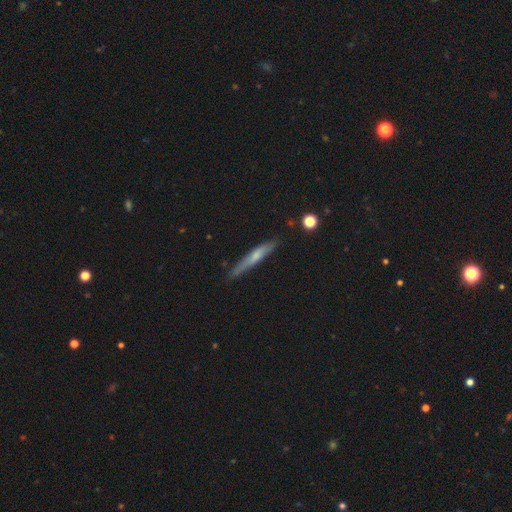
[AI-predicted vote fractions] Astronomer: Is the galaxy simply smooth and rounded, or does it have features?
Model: smooth — 51% (runner-up: featured or disk, 42%).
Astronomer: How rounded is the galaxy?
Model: cigar-shaped — 93%.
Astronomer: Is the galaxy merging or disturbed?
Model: none — 78%.